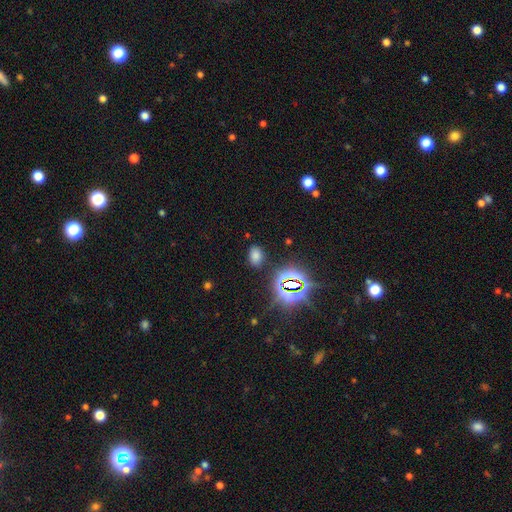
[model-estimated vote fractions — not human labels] smooth-or-featured: smooth: 66% | star or artifact: 28% | featured or disk: 6%
  how-rounded: in between: 85% | round: 14% | cigar-shaped: 2%
  merging: none: 84% | minor disturbance: 10% | major disturbance: 3% | merger: 2%